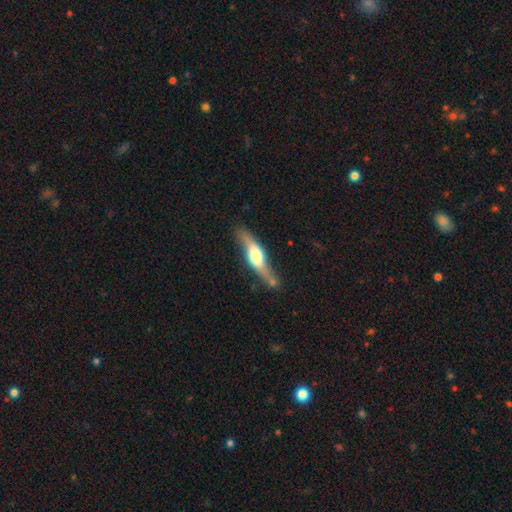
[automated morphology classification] Smooth or featured? Predicted: featured or disk (p=0.63). Edge-on disk? Predicted: yes (p=0.83). Edge-on bulge? Predicted: rounded (p=0.87). Merging? Predicted: none (p=0.67).